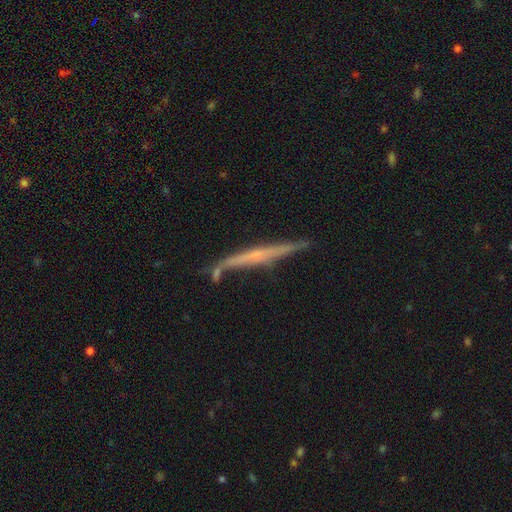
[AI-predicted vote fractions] The model was most divided on "edge-on bulge": none: 62%, rounded: 28%, boxy: 10%. More confident: edge-on disk — yes (96%); merging — none (76%); smooth or featured — featured or disk (64%).